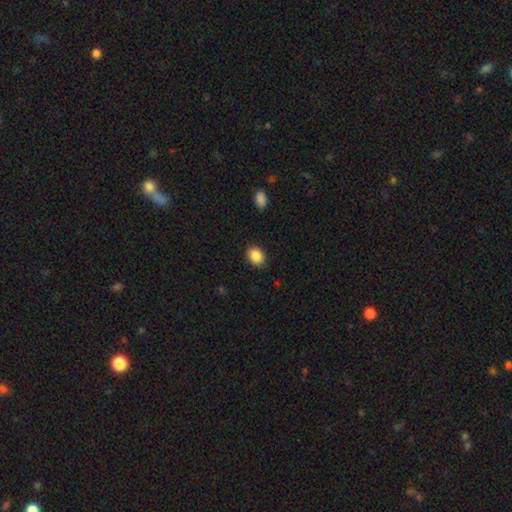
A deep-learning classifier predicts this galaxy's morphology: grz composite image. It shows a smooth galaxy with no disk features (88%) that is in between round and cigar-shaped (56%). Merging: none (88%).